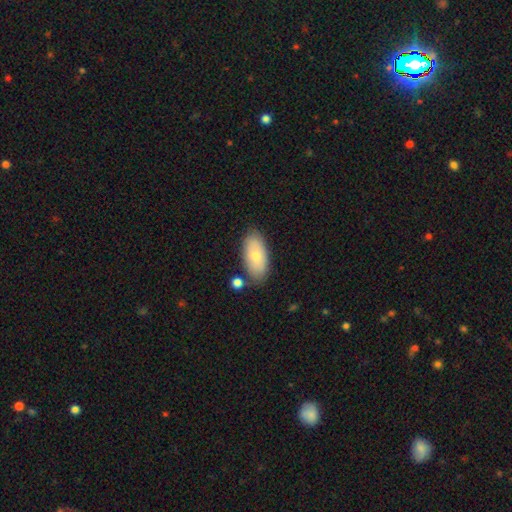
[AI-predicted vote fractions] A smooth galaxy with no disk features (74%) that is in between round and cigar-shaped (92%).

Vote fractions:
- Smooth or featured? smooth: 74% / featured or disk: 19% / star or artifact: 7%
- How rounded? in between: 92% / cigar-shaped: 5% / round: 3%
- Merging? none: 76% / minor disturbance: 15% / merger: 6% / major disturbance: 3%